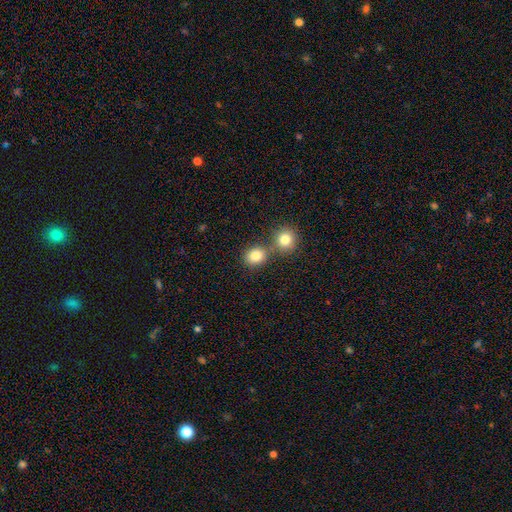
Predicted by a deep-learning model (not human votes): This is clearly a smooth galaxy (84%). How rounded: likely round (74%). Merging: possibly none (58%).